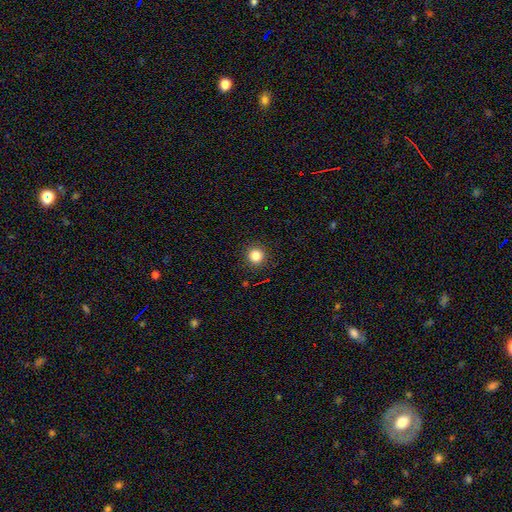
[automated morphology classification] Smooth or featured: smooth — 84% (star or artifact — 11%)
How rounded: round — 92% (in between — 7%)
Merging: none — 92% (minor disturbance — 5%)